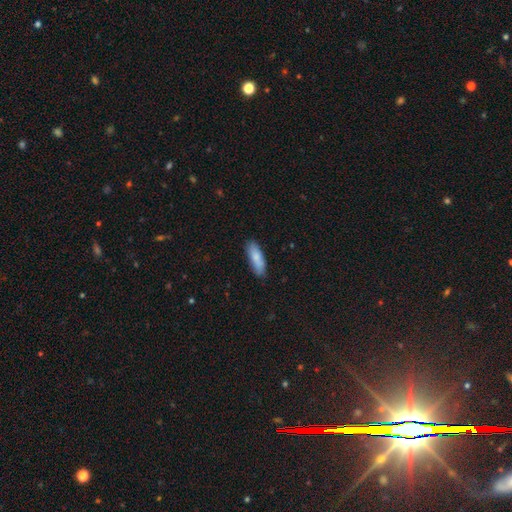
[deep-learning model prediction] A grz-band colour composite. It shows a smooth galaxy with no disk features (83%) that is in between round and cigar-shaped (54%). Merging: none (84%).